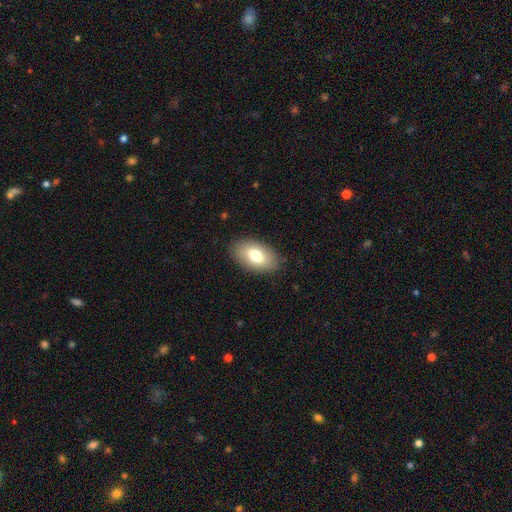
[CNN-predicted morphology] Overall: smooth (76%). How rounded: in between (93%). Merging: none (86%).